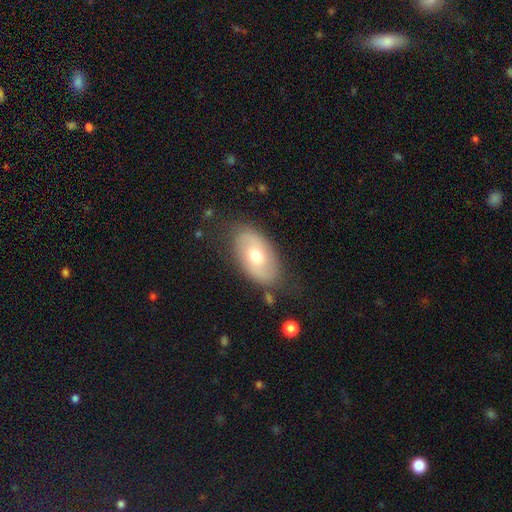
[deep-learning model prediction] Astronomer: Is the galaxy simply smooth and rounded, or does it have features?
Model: smooth — 53% (runner-up: featured or disk, 40%).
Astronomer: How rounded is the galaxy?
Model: in between — 92%.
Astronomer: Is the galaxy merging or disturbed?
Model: none — 78%.